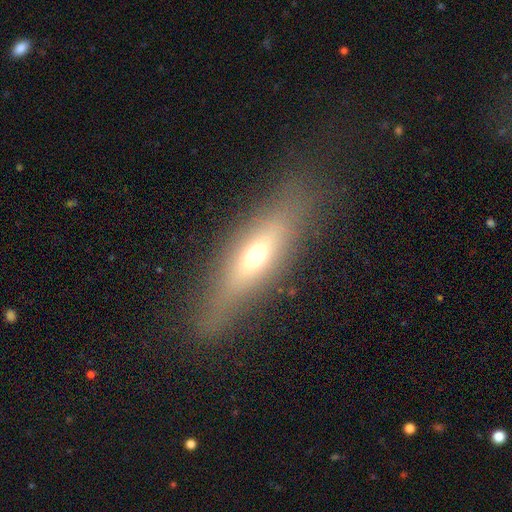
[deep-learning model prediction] smooth 51%, featured or disk 38%, star or artifact 12%. Down the decision tree: how rounded — cigar-shaped (47%, tied with in between); merging — none (78%).